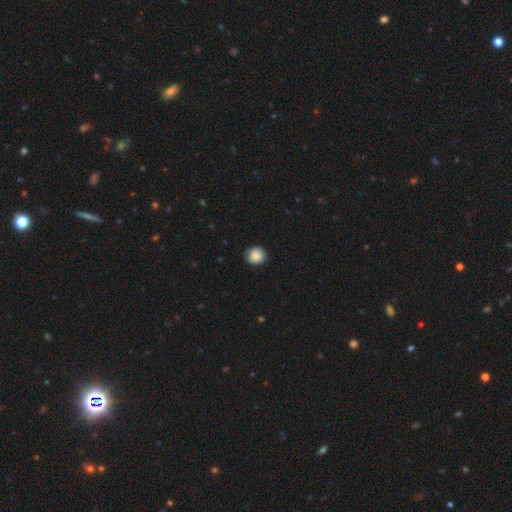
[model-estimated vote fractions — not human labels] smooth-or-featured: smooth: 88% | star or artifact: 8% | featured or disk: 4%
  how-rounded: round: 88% | in between: 11% | cigar-shaped: 1%
  merging: none: 86% | minor disturbance: 11% | major disturbance: 2% | merger: 1%